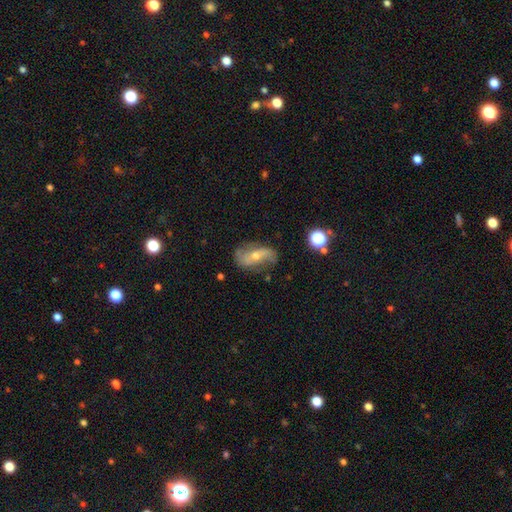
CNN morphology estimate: Q: Smooth or featured?
A: featured or disk (70%); runner-up: smooth (20%)
Q: Edge-on disk?
A: no (90%); runner-up: yes (10%)
Q: Bar?
A: no (46%); runner-up: weak (31%)
Q: Spiral arms?
A: yes (85%); runner-up: no (15%)
Q: Spiral winding?
A: loose (62%); runner-up: medium (25%)
Q: Spiral arm count?
A: 2 (83%); runner-up: can't tell (9%)
Q: Bulge size?
A: moderate (50%); runner-up: small (46%)
Q: Merging?
A: none (68%); runner-up: minor disturbance (21%)